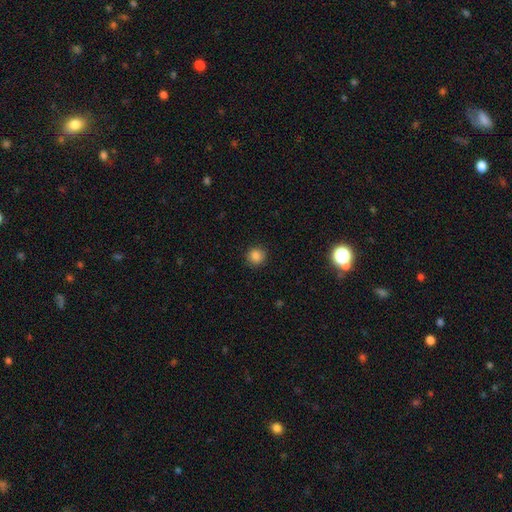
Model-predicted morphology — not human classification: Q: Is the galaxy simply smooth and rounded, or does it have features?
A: smooth — 85%.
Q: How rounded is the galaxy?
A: round — 90%.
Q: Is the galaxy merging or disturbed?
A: none — 89%.